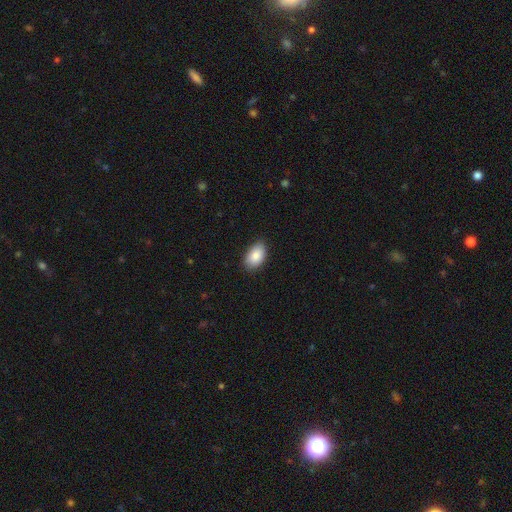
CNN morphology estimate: type=smooth (88%); roundness=in between (93%); merging=none (85%).